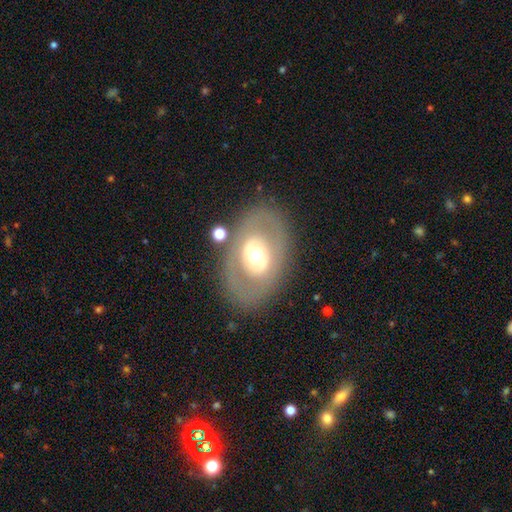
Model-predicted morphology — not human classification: A featured or disk galaxy (54%).

Vote fractions:
- Smooth or featured? featured or disk: 54% / smooth: 39% / star or artifact: 7%
- Edge-on disk? no: 90% / yes: 10%
- Merging? none: 80% / minor disturbance: 10% / major disturbance: 7% / merger: 3%